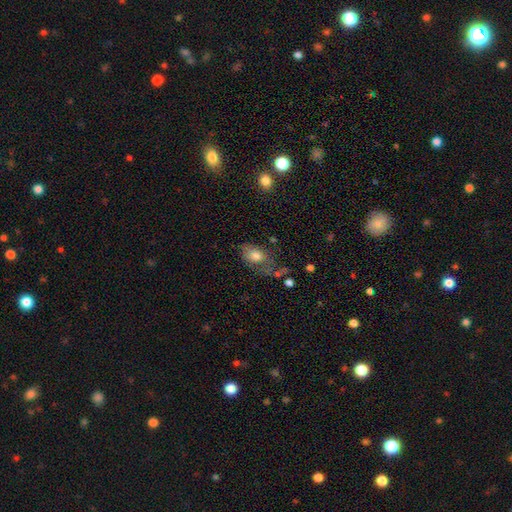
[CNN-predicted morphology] This is likely a smooth galaxy (72%). How rounded: clearly in between (81%). Merging: marginally none (36%).